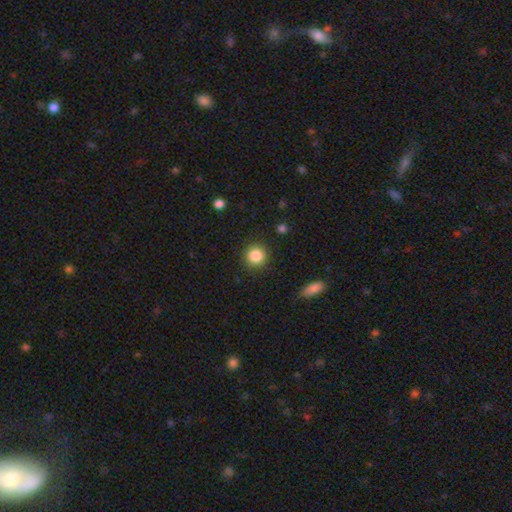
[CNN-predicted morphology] This appears to be a smooth galaxy with no disk features (86%) that is round (92%). Merging: none (89%).